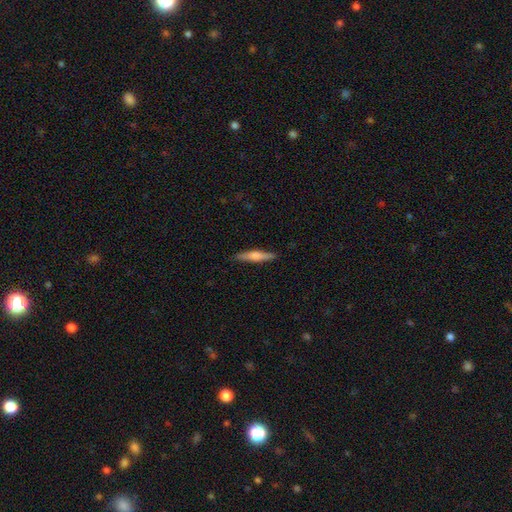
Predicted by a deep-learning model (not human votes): This is possibly a smooth galaxy (57%). How rounded: clearly cigar-shaped (87%). Merging: clearly none (88%).